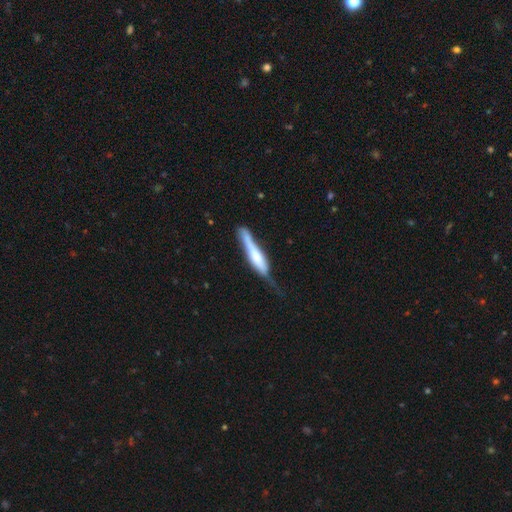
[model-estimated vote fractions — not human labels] This appears to be a smooth galaxy with no disk features (55%) that is cigar-shaped (85%). Merging: minor disturbance (35%).